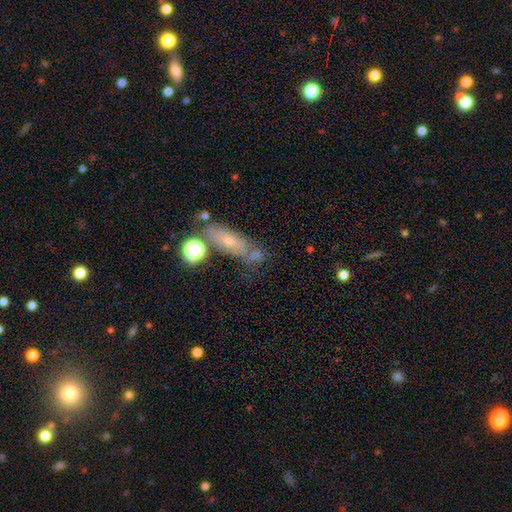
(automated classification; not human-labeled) A smooth galaxy with no disk features (50%) that is in between round and cigar-shaped (49%). Merging: none (53%).